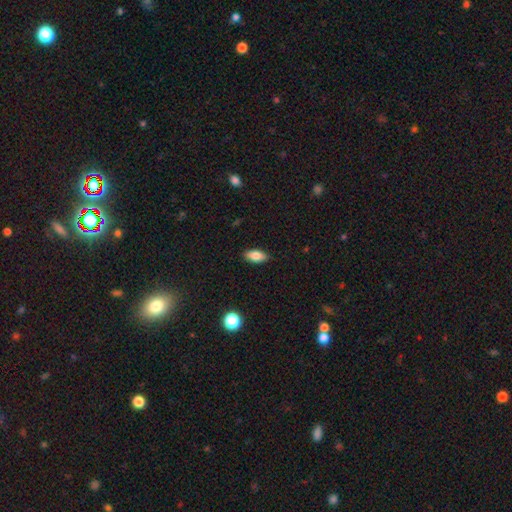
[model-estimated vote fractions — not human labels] Smooth or featured: smooth — 82% (featured or disk — 10%)
How rounded: in between — 87% (cigar-shaped — 9%)
Merging: none — 87% (minor disturbance — 9%)